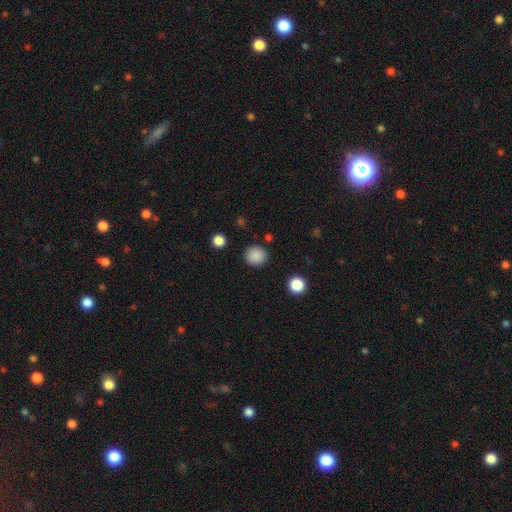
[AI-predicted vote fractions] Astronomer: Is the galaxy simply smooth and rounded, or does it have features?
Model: smooth — 87%.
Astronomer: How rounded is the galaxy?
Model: round — 90%.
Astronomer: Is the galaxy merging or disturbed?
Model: none — 89%.